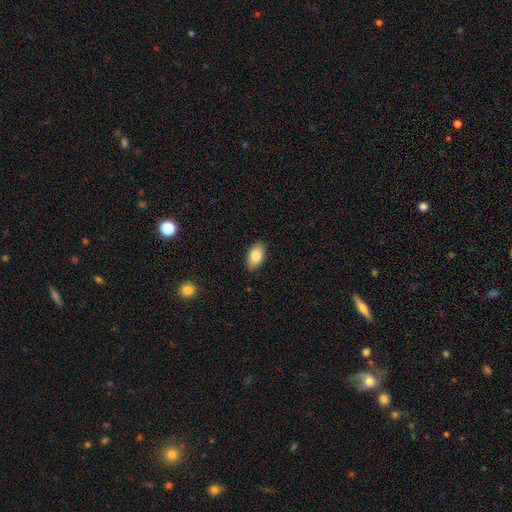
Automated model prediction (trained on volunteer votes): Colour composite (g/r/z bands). It shows a smooth galaxy with no disk features (82%) that is in between round and cigar-shaped (93%). Merging: none (87%).